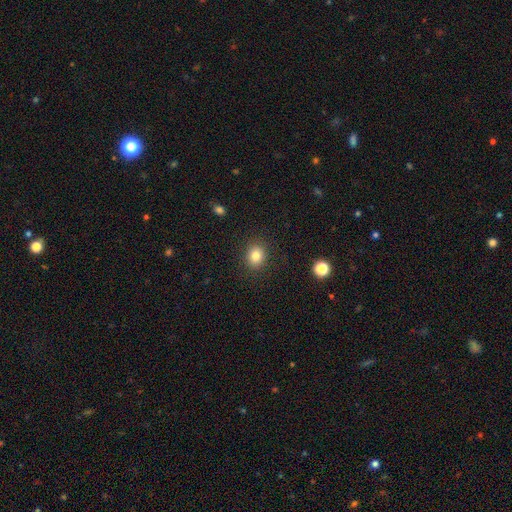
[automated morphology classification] Overall: smooth (83%). How rounded: round (66%; in between 33%). Merging: none (89%).